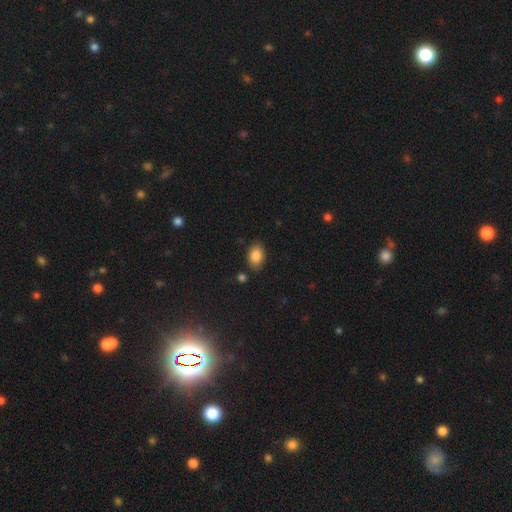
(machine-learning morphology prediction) The model was most divided on "merging": none: 82%, minor disturbance: 12%, merger: 3%, major disturbance: 3%. More confident: smooth or featured — smooth (86%); how rounded — in between (86%).